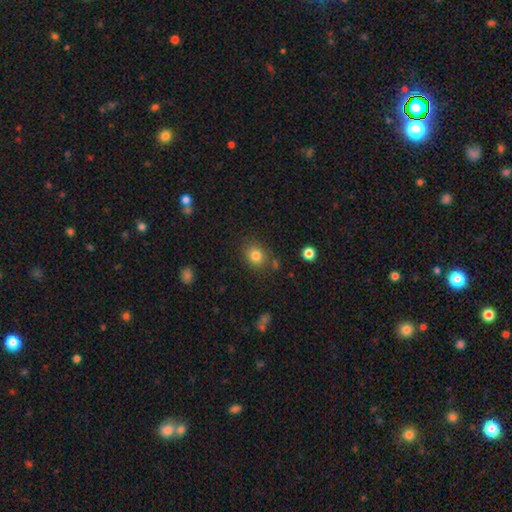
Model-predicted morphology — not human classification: Q: Smooth or featured?
A: smooth (81%); runner-up: star or artifact (12%)
Q: How rounded?
A: round (67%); runner-up: in between (32%)
Q: Merging?
A: none (80%); runner-up: minor disturbance (12%)